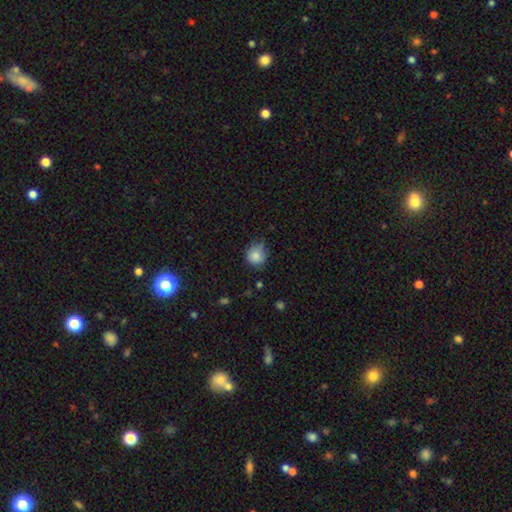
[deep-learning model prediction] smooth 84%, star or artifact 9%, featured or disk 7%. Down the decision tree: how rounded — round (83%); merging — none (59%).